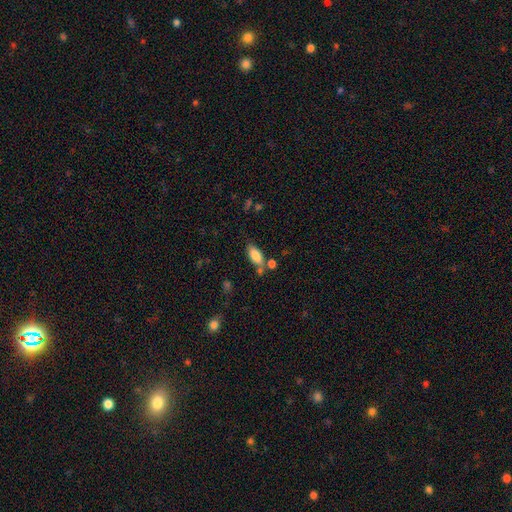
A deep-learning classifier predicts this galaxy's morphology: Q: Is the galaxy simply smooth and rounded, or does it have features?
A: smooth — 82%.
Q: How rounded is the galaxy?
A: in between — 83%.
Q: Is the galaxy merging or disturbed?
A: none — 57%.